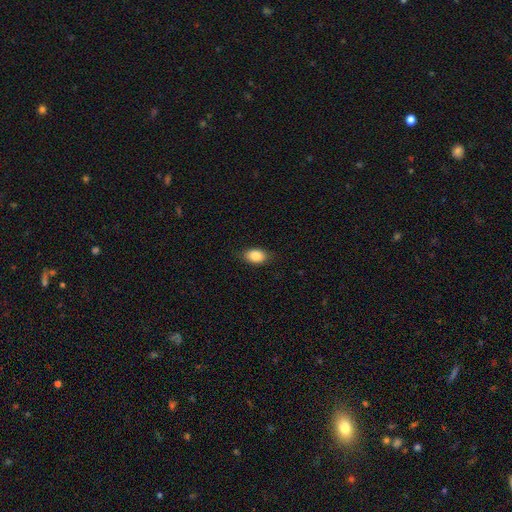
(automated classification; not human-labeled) smooth_or_featured: smooth (p=0.85) [alt: star or artifact p=0.08]
how_rounded: in between (p=0.85) [alt: round p=0.13]
merging: none (p=0.83) [alt: minor disturbance p=0.13]